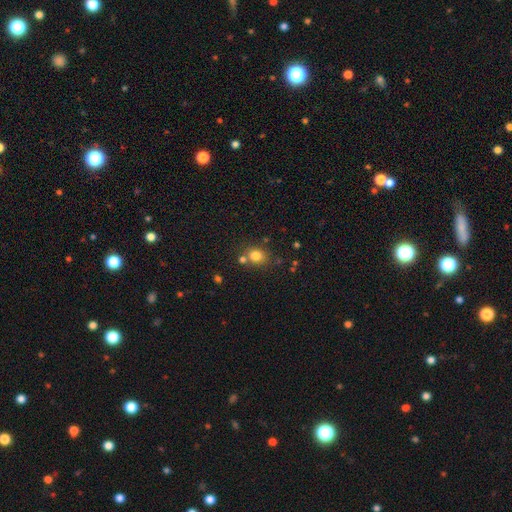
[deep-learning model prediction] A smooth galaxy with no disk features (80%) that is round (64%).

Vote fractions:
- Smooth or featured? smooth: 80% / star or artifact: 13% / featured or disk: 8%
- How rounded? round: 64% / in between: 35% / cigar-shaped: 1%
- Merging? none: 65% / merger: 18% / minor disturbance: 12% / major disturbance: 4%